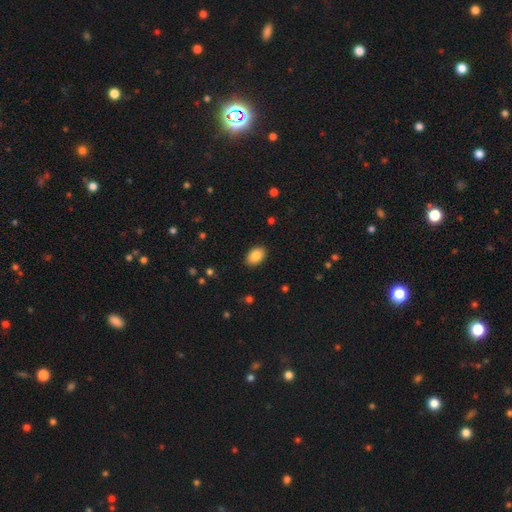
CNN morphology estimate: type=smooth (88%); roundness=in between (89%); merging=none (89%).